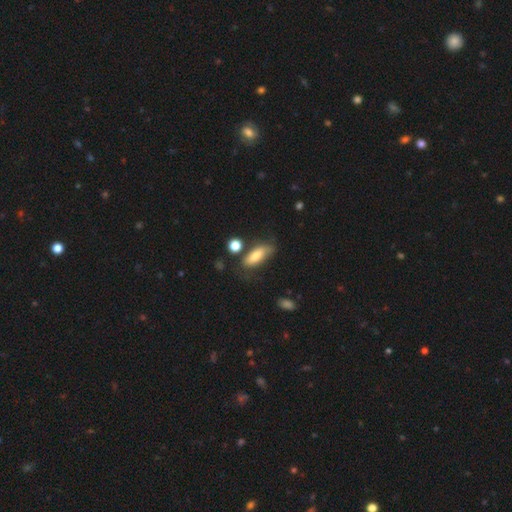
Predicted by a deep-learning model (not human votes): The model was most divided on "merging": none: 60%, minor disturbance: 24%, major disturbance: 9%, merger: 7%. More confident: smooth or featured — smooth (74%); how rounded — in between (70%).